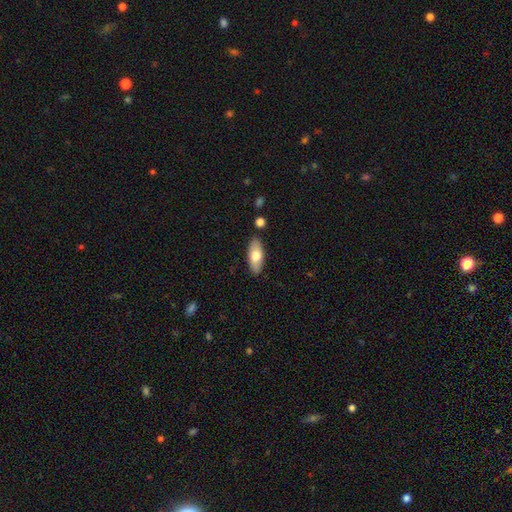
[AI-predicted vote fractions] Smooth or featured?
  - smooth: 69% *
  - featured or disk: 25%
  - star or artifact: 6%
How rounded?
  - in between: 83% *
  - cigar-shaped: 15%
  - round: 2%
Merging?
  - none: 86% *
  - minor disturbance: 9%
  - merger: 2%
  - major disturbance: 2%